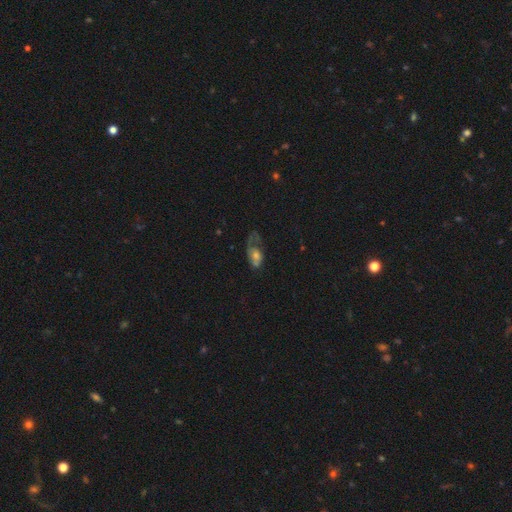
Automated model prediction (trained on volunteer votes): A featured or disk galaxy (48%). Merging: major disturbance (44%).